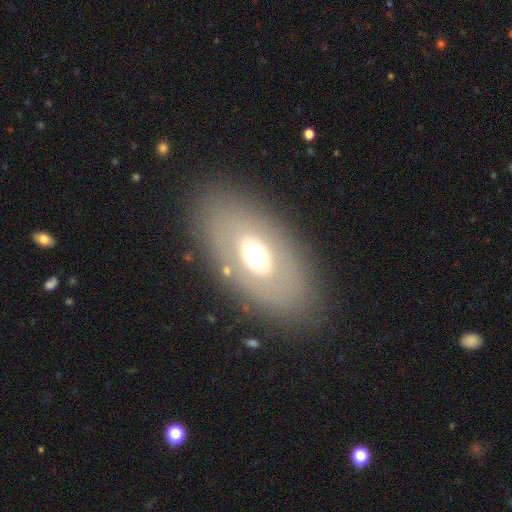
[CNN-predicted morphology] This is possibly a smooth galaxy (53%). How rounded: clearly in between (87%). Merging: clearly none (81%).